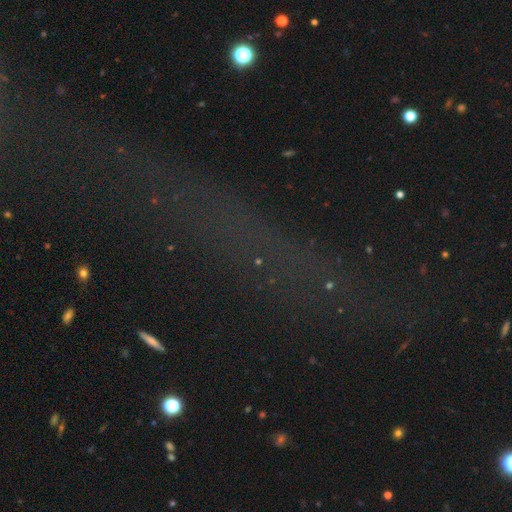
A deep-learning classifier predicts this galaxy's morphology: type=star or artifact (60%).